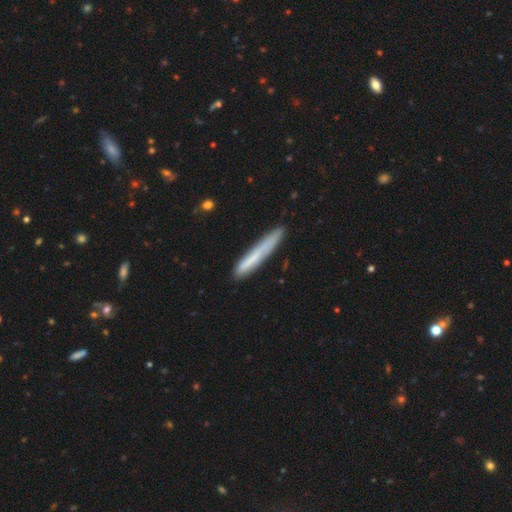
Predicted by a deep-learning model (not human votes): smooth_or_featured: smooth (p=0.66) [alt: featured or disk p=0.27]
how_rounded: cigar-shaped (p=0.96) [alt: in between p=0.03]
merging: none (p=0.81) [alt: minor disturbance p=0.14]